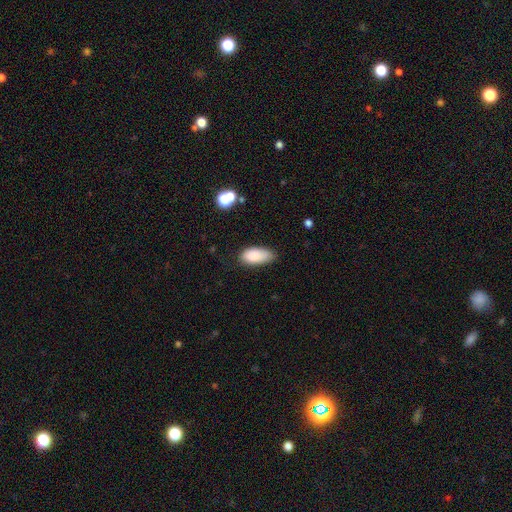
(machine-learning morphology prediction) This is clearly a smooth galaxy (86%). How rounded: clearly in between (90%). Merging: likely none (70%).